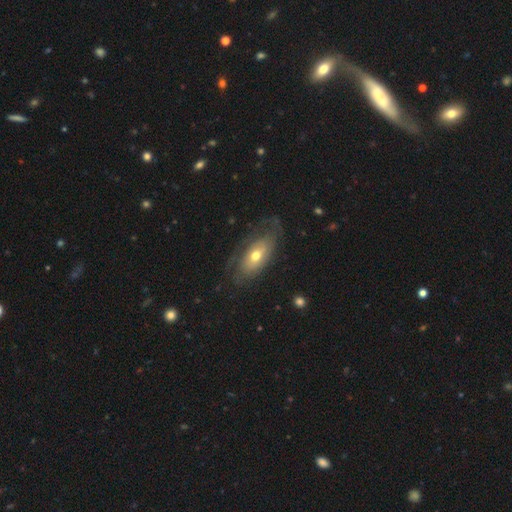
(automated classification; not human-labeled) Smooth or featured?
  - featured or disk: 57% *
  - smooth: 37%
  - star or artifact: 6%
Edge-on disk?
  - no: 86% *
  - yes: 14%
Merging?
  - none: 61% *
  - minor disturbance: 22%
  - major disturbance: 15%
  - merger: 2%